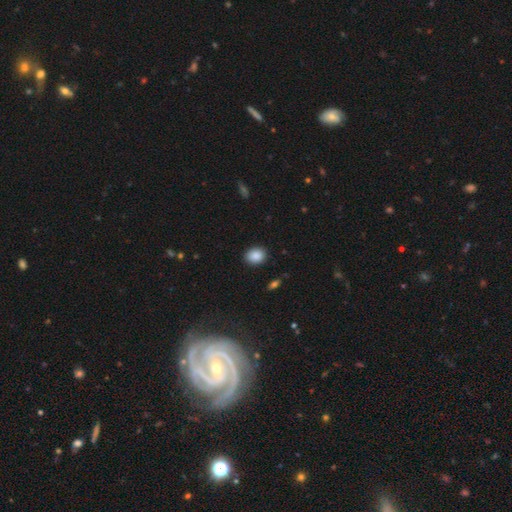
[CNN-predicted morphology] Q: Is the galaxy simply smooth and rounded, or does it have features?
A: smooth — 89%.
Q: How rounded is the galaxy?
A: in between — 51%.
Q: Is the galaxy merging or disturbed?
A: none — 89%.